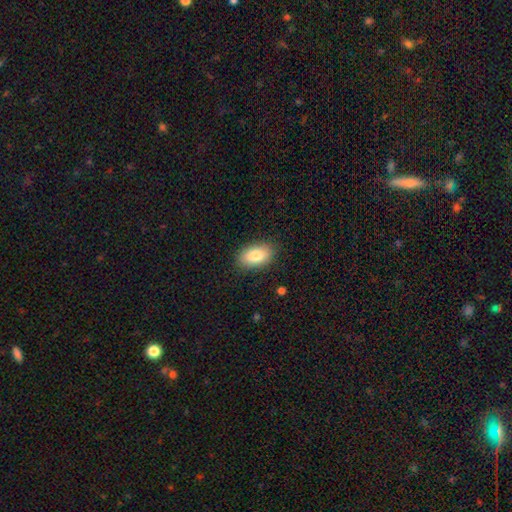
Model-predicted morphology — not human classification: Overall: smooth (81%). How rounded: in between (91%). Merging: none (87%).